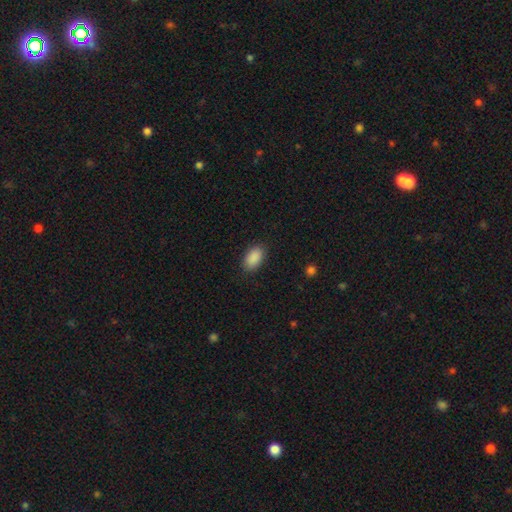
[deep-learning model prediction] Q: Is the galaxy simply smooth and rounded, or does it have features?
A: smooth — 89%.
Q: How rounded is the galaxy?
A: in between — 92%.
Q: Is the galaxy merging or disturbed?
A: none — 88%.